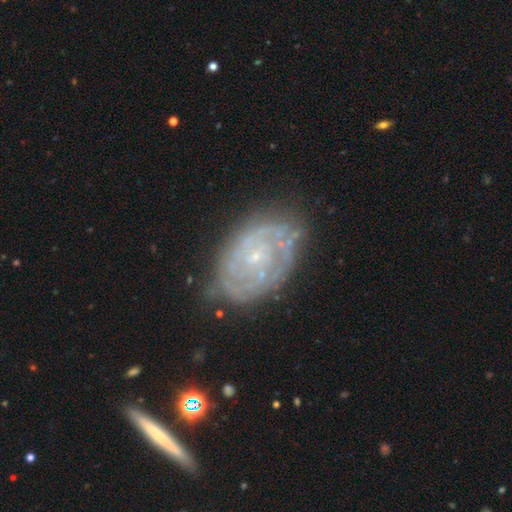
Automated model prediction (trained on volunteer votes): Smooth or featured? Predicted: featured or disk (p=0.81). Edge-on disk? Predicted: no (p=0.97). Bar? Predicted: no (p=0.74). Spiral arms? Predicted: yes (p=0.86). Spiral winding? Predicted: tight (p=0.71). Spiral arm count? Predicted: can't tell (p=0.46). Bulge size? Predicted: small (p=0.80). Merging? Predicted: none (p=0.69).